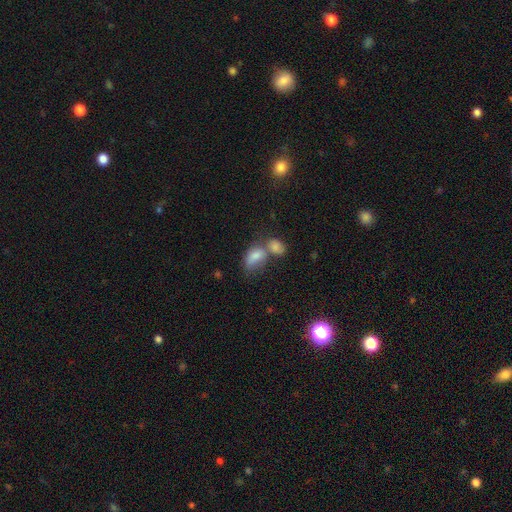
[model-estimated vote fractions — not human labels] Smooth or featured: smooth — 72% (featured or disk — 15%)
How rounded: in between — 83% (round — 14%)
Merging: merger — 54% (none — 25%)